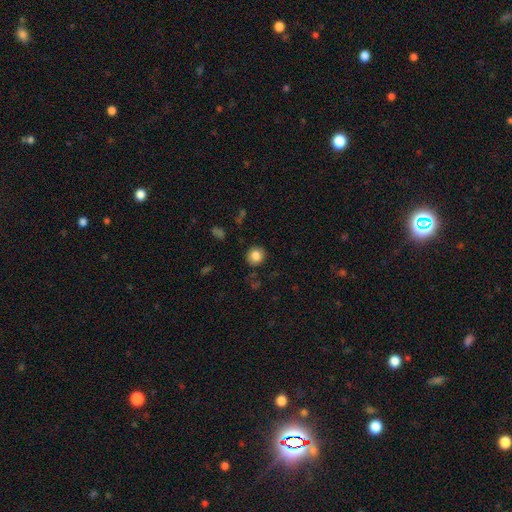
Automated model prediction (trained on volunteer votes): A smooth galaxy with no disk features (84%) that is round (86%).

Vote fractions:
- Smooth or featured? smooth: 84% / star or artifact: 10% / featured or disk: 6%
- How rounded? round: 86% / in between: 13% / cigar-shaped: 1%
- Merging? none: 86% / minor disturbance: 10% / major disturbance: 3% / merger: 2%